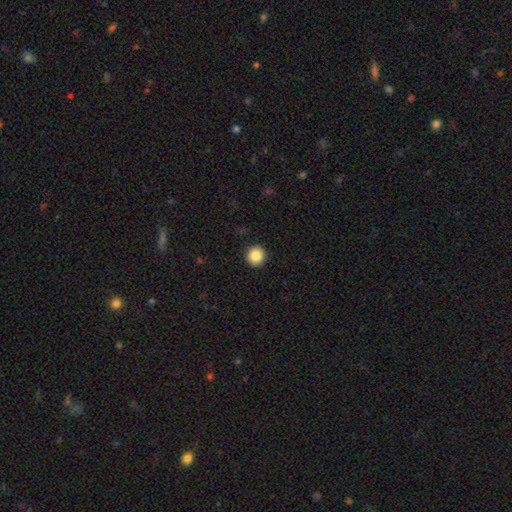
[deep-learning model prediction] Overall: smooth (86%). How rounded: round (94%). Merging: none (93%).